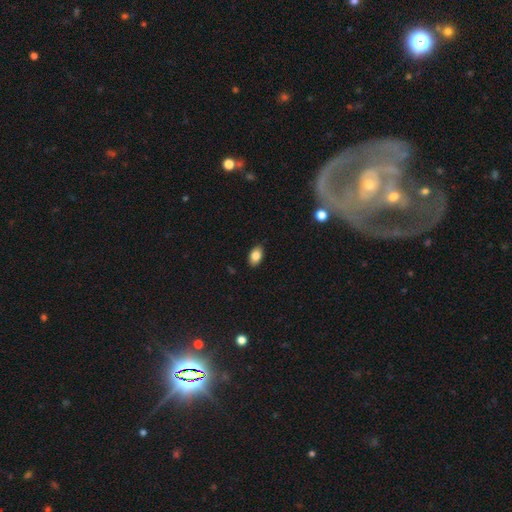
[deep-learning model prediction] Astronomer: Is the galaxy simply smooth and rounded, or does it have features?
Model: smooth — 85%.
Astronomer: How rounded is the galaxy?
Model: in between — 89%.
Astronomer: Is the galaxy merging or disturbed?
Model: none — 87%.